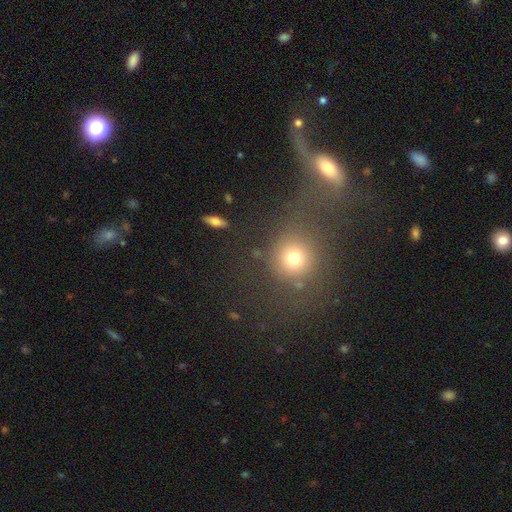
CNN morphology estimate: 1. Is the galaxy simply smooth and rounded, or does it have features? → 56% smooth, 28% star or artifact, 17% featured or disk.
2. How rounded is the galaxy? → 82% round, 16% in between, 2% cigar-shaped.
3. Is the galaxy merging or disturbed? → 48% none, 35% merger, 9% minor disturbance, 8% major disturbance.